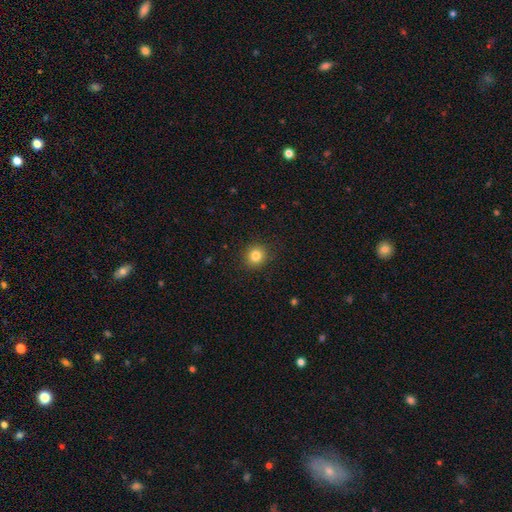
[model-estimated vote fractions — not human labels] smooth 83%, star or artifact 11%, featured or disk 6%. Down the decision tree: how rounded — round (84%); merging — none (90%).